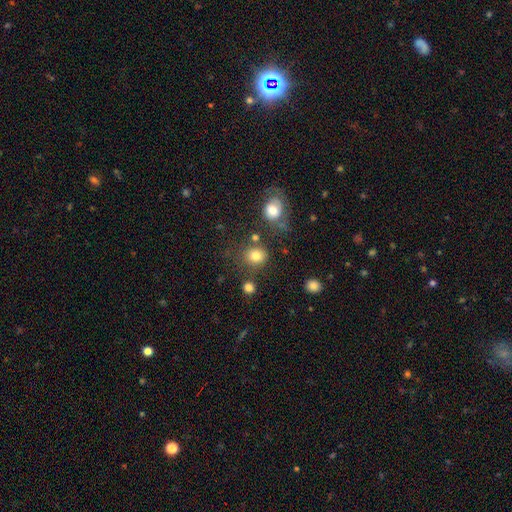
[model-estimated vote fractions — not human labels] Smooth or featured? Predicted: smooth (p=0.81). How rounded? Predicted: round (p=0.77). Merging? Predicted: none (p=0.72).